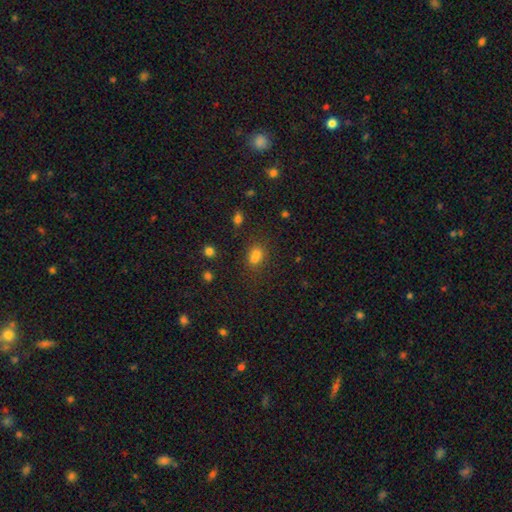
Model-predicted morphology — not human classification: Smooth or featured: smooth — 72% (star or artifact — 20%)
How rounded: in between — 53% (round — 45%)
Merging: none — 51% (merger — 31%)